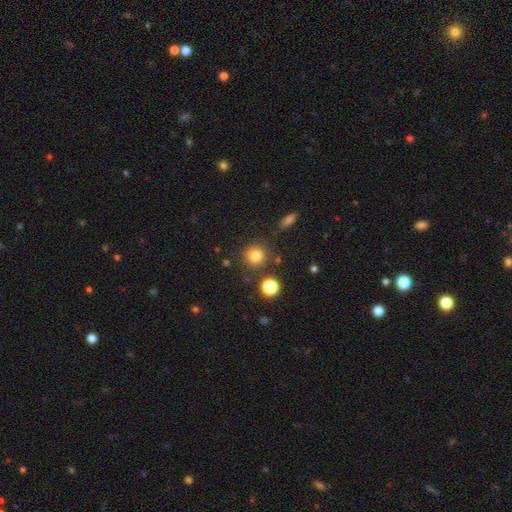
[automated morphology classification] A smooth galaxy with no disk features (78%) that is round (87%). Merging: none (82%).